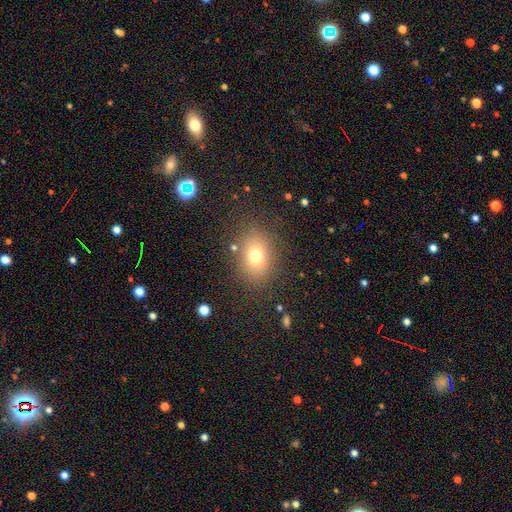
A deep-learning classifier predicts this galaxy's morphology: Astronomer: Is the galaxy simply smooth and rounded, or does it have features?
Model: smooth — 73%.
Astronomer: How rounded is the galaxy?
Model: in between — 65%.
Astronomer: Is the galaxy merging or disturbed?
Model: none — 82%.